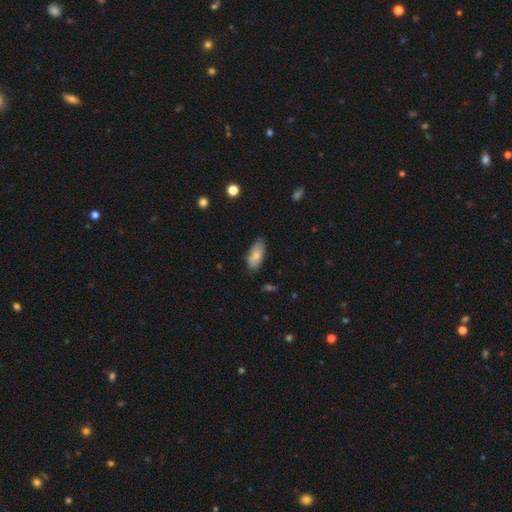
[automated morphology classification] A smooth galaxy with no disk features (78%) that is in between round and cigar-shaped (90%).

Vote fractions:
- Smooth or featured? smooth: 78% / featured or disk: 16% / star or artifact: 6%
- How rounded? in between: 90% / cigar-shaped: 8% / round: 2%
- Merging? none: 74% / minor disturbance: 21% / major disturbance: 3% / merger: 2%